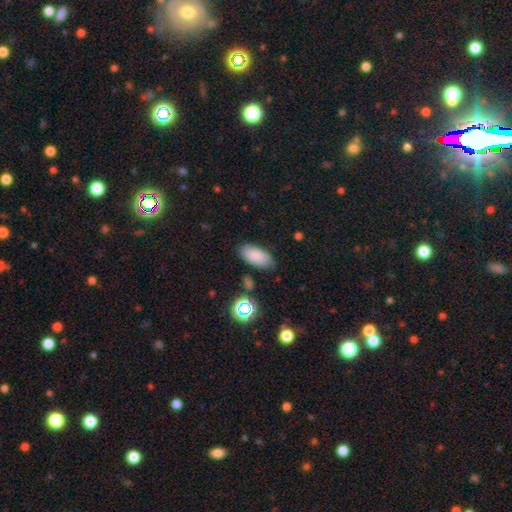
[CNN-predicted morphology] Q: Smooth or featured?
A: smooth (82%); runner-up: star or artifact (10%)
Q: How rounded?
A: in between (92%); runner-up: cigar-shaped (5%)
Q: Merging?
A: none (77%); runner-up: minor disturbance (15%)